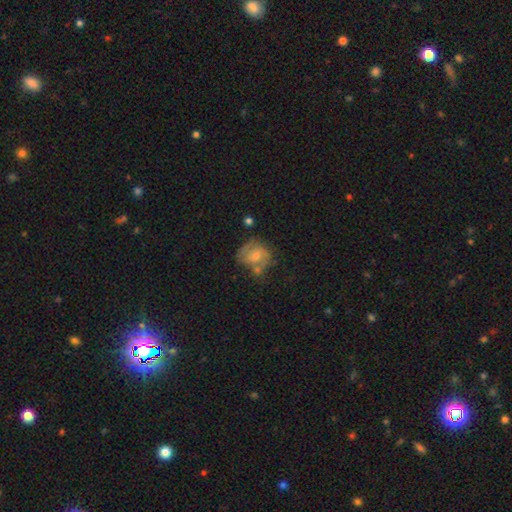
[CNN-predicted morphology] This appears to be a featured or disk galaxy (53%) with no bar (68%), spiral arms (69%) and a moderate central bulge (51%). Merging: none (43%).